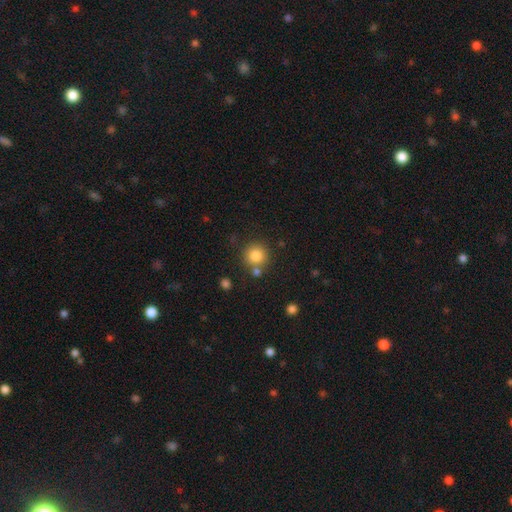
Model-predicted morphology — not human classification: Smooth or featured? Predicted: smooth (p=0.83). How rounded? Predicted: round (p=0.93). Merging? Predicted: none (p=0.77).